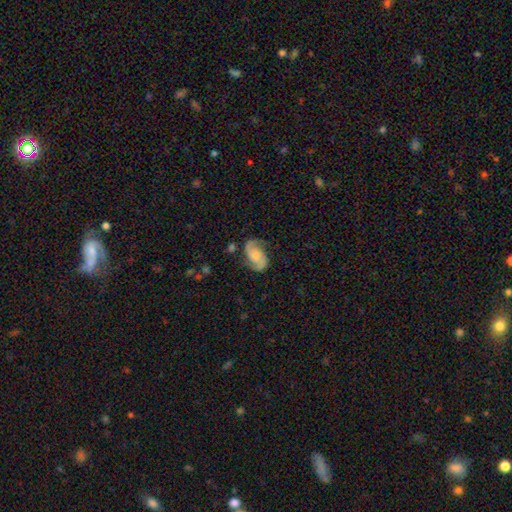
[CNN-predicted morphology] Smooth or featured: featured or disk — 84% (smooth — 10%)
Edge-on disk: no — 98% (yes — 2%)
Bar: no — 62% (weak — 31%)
Spiral arms: yes — 97% (no — 3%)
Spiral winding: medium — 52% (loose — 26%)
Spiral arm count: 2 — 92% (can't tell — 3%)
Bulge size: small — 41% (moderate — 37%)
Merging: none — 76% (minor disturbance — 16%)